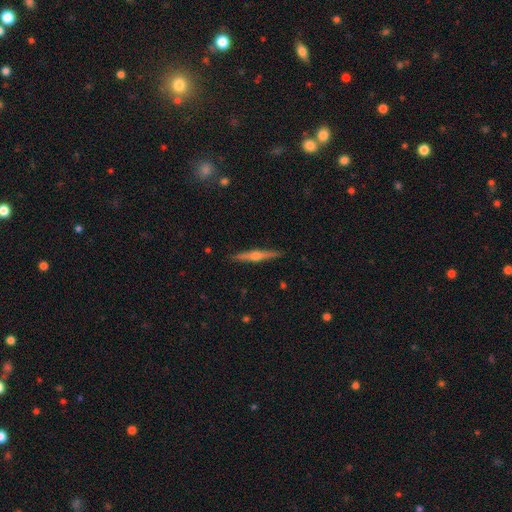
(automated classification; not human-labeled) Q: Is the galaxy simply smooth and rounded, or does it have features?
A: featured or disk — 73%.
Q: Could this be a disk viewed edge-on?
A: yes — 98%.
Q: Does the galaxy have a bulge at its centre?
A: rounded — 93%.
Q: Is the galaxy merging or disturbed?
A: none — 91%.